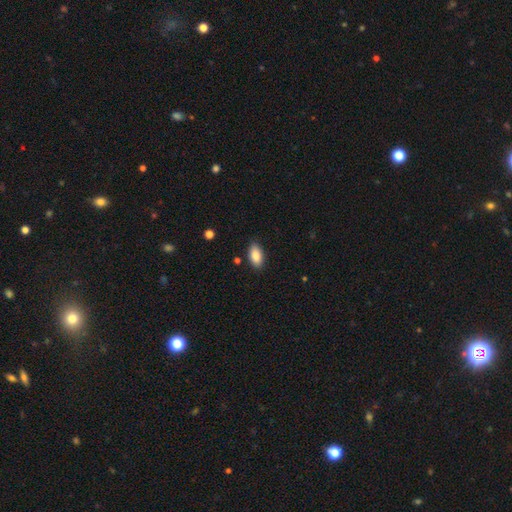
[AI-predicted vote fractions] The model was most divided on "merging": none: 87%, minor disturbance: 9%, major disturbance: 2%, merger: 1%. More confident: how rounded — in between (91%); smooth or featured — smooth (87%).